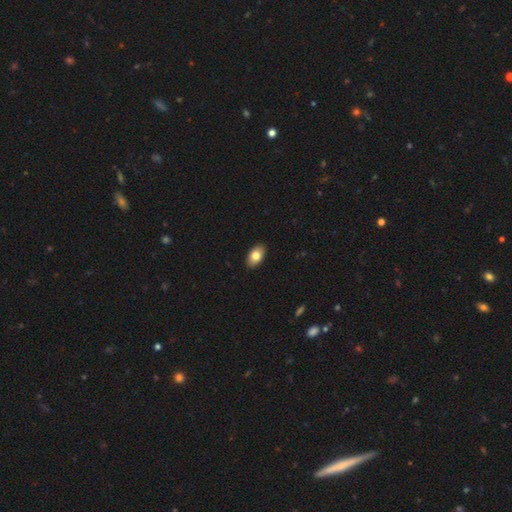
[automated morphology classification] This is likely a smooth galaxy (80%). How rounded: clearly in between (92%). Merging: clearly none (90%).